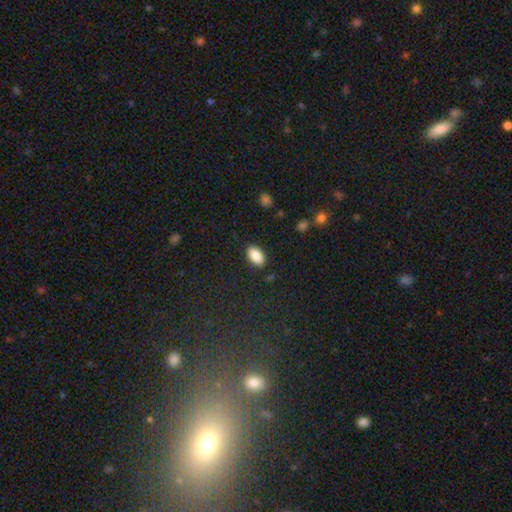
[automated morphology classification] A smooth galaxy with no disk features (87%) that is in between round and cigar-shaped (93%).

Vote fractions:
- Smooth or featured? smooth: 87% / star or artifact: 8% / featured or disk: 5%
- How rounded? in between: 93% / round: 4% / cigar-shaped: 2%
- Merging? none: 87% / minor disturbance: 9% / major disturbance: 2% / merger: 1%